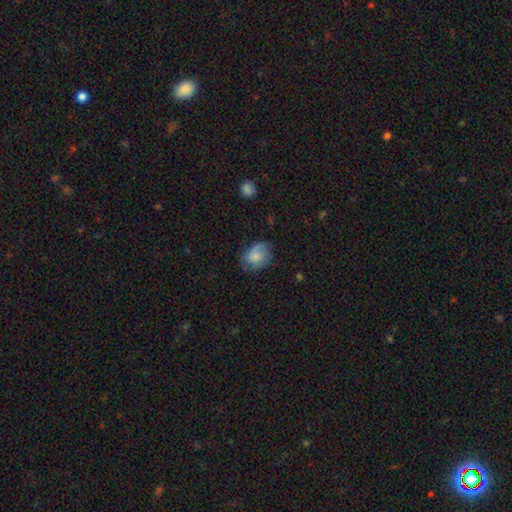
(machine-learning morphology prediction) Q: Smooth or featured?
A: smooth (68%); runner-up: featured or disk (24%)
Q: How rounded?
A: in between (55%); runner-up: round (44%)
Q: Merging?
A: none (58%); runner-up: minor disturbance (29%)